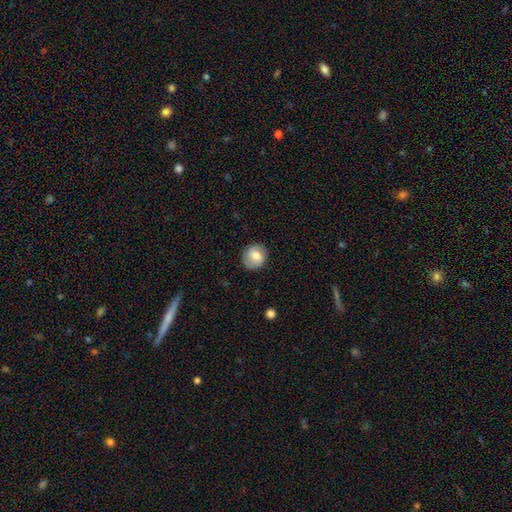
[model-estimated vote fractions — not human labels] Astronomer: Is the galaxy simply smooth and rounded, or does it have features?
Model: smooth — 70%.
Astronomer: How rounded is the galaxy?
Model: round — 79%.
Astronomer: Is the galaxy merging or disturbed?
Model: none — 84%.